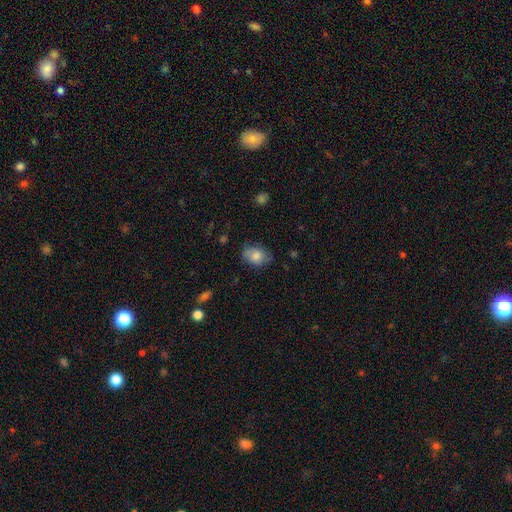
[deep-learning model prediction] Smooth or featured?
  - smooth: 74% *
  - featured or disk: 18%
  - star or artifact: 8%
How rounded?
  - in between: 70% *
  - round: 29%
  - cigar-shaped: 1%
Merging?
  - none: 68% *
  - minor disturbance: 24%
  - major disturbance: 6%
  - merger: 2%